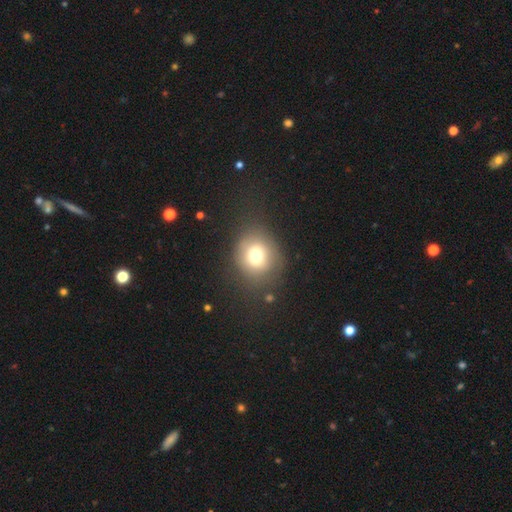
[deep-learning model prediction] This appears to be a smooth galaxy with no disk features (71%) that is round (77%). Merging: none (74%).